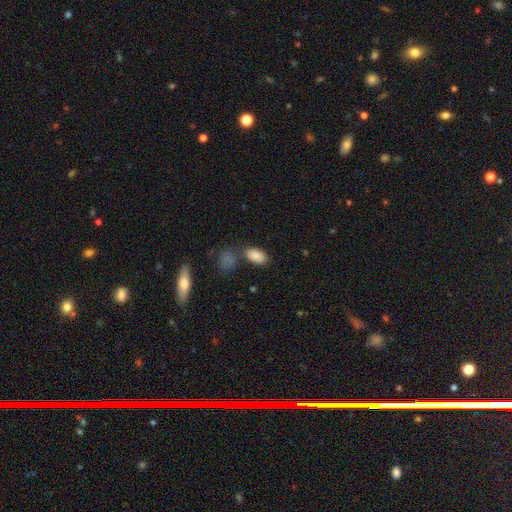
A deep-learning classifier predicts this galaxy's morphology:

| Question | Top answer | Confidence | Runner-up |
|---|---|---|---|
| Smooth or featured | smooth | 87% | star or artifact (8%) |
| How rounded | in between | 93% | round (5%) |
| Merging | none | 72% | minor disturbance (12%) |